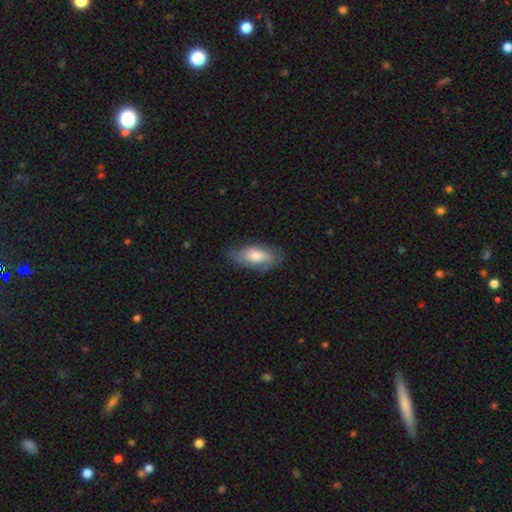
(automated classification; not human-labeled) Overall: smooth (62%; featured or disk 31%). How rounded: in between (89%). Merging: none (63%; minor disturbance 28%).